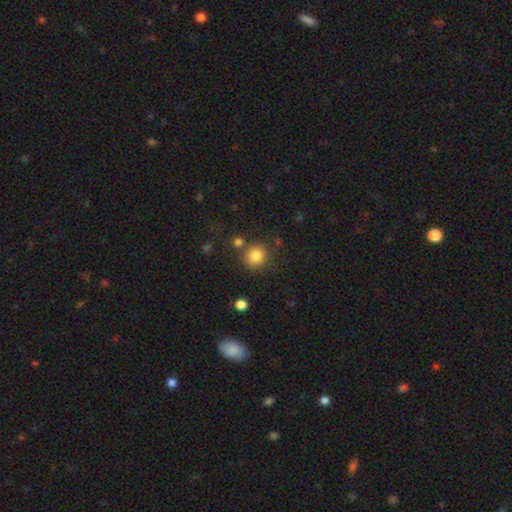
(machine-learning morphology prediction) Smooth or featured? smooth (83%)
How rounded? round (90%)
Merging? none (78%)